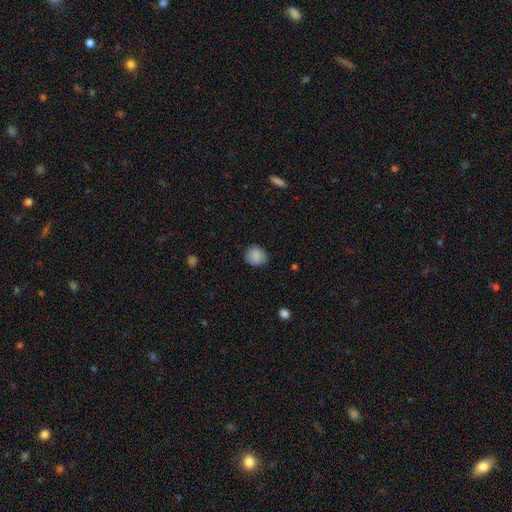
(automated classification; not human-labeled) Overall: smooth (86%). How rounded: round (80%). Merging: none (78%).